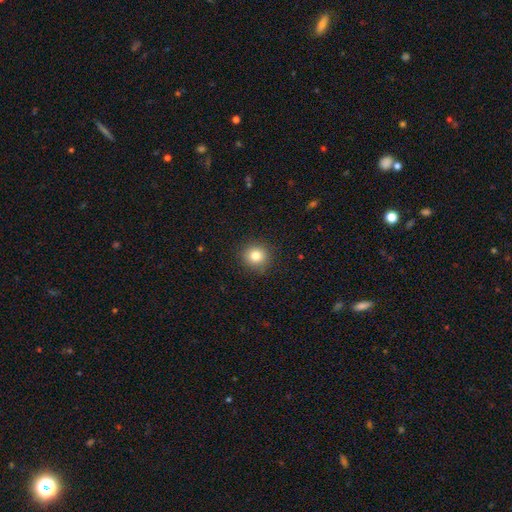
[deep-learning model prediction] A smooth galaxy with no disk features (81%) that is round (89%). Merging: none (89%).